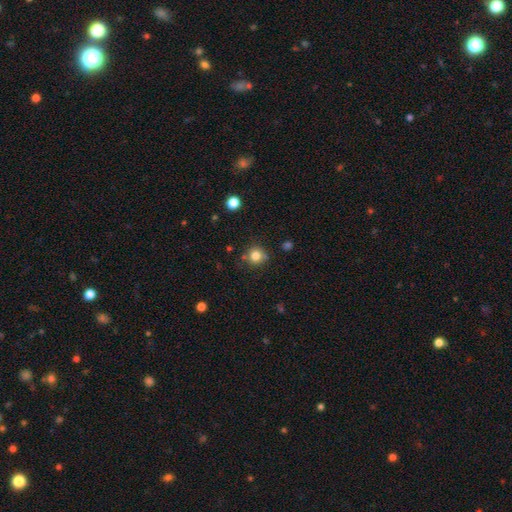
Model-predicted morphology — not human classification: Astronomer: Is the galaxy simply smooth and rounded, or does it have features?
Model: smooth — 82%.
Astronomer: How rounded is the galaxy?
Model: round — 91%.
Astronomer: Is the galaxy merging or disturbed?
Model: none — 79%.